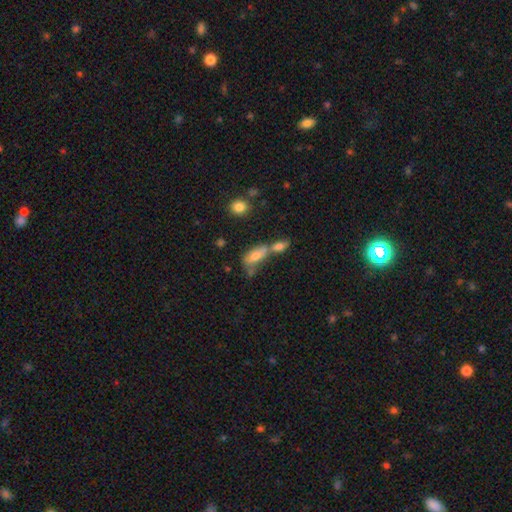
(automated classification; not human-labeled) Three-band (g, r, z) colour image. It shows a smooth galaxy with no disk features (70%) that is in between round and cigar-shaped (79%). Merging: merger (50%).